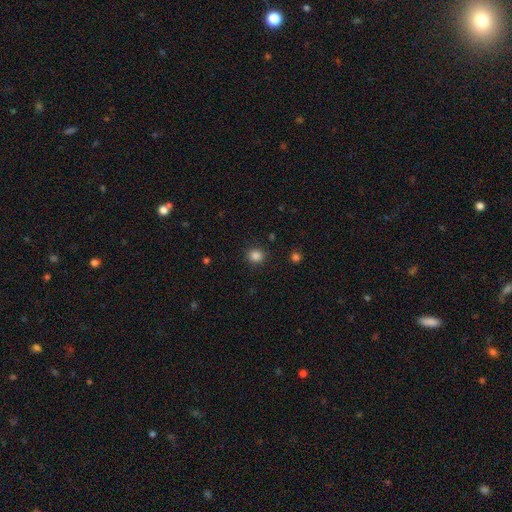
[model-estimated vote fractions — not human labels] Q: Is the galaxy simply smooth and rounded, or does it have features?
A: smooth — 85%.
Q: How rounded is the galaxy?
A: round — 89%.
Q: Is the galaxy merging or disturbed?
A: none — 89%.